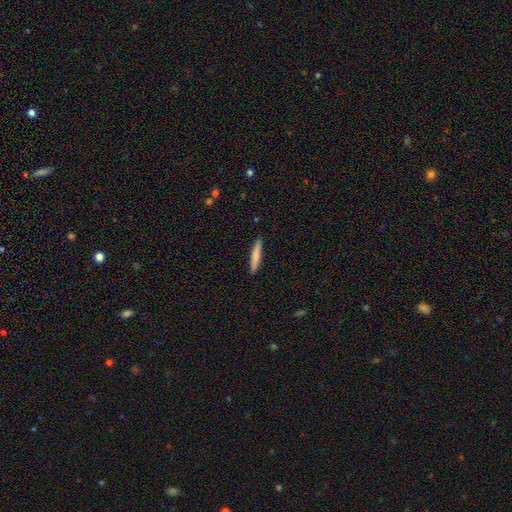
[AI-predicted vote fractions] Overall: smooth (77%). How rounded: cigar-shaped (94%). Merging: none (90%).